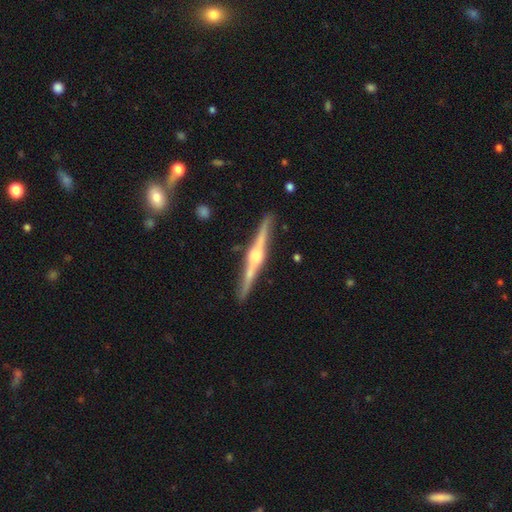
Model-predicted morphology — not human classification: This is clearly a featured or disk galaxy (86%). It is clearly viewed edge-on (98%). Edge-on bulge: clearly rounded (86%). Merging: clearly none (90%).